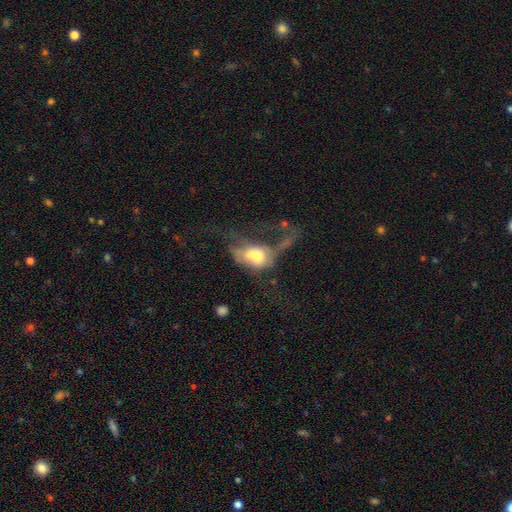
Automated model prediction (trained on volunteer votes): smooth_or_featured: smooth (p=0.47) [alt: featured or disk p=0.43]
merging: major disturbance (p=0.46) [alt: merger p=0.32]